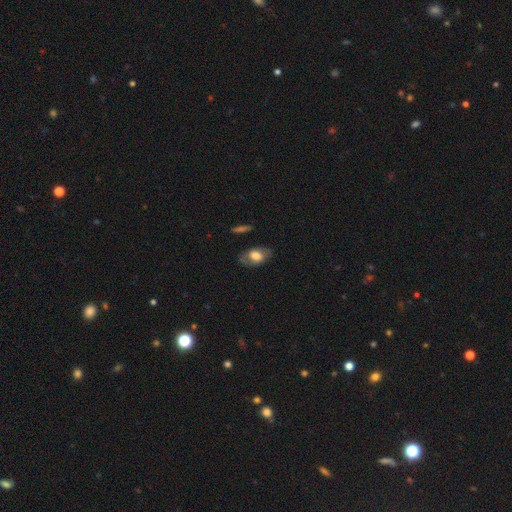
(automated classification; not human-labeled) Smooth or featured? smooth (61%)
How rounded? in between (90%)
Merging? none (75%)